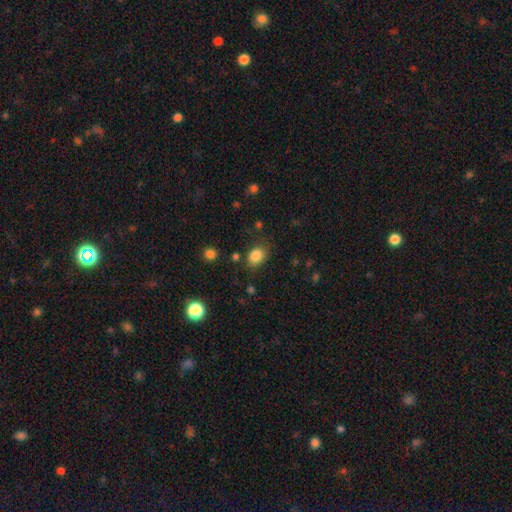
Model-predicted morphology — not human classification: Smooth or featured: smooth — 85% (star or artifact — 10%)
How rounded: in between — 56% (round — 43%)
Merging: none — 76% (minor disturbance — 16%)